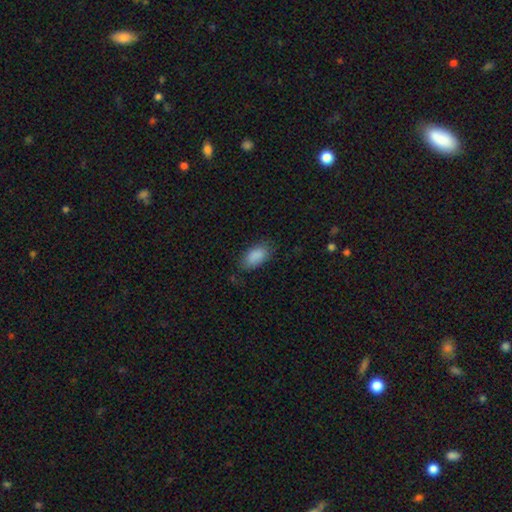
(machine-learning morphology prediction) Q: Smooth or featured?
A: smooth (87%); runner-up: star or artifact (8%)
Q: How rounded?
A: in between (93%); runner-up: round (4%)
Q: Merging?
A: none (69%); runner-up: minor disturbance (22%)